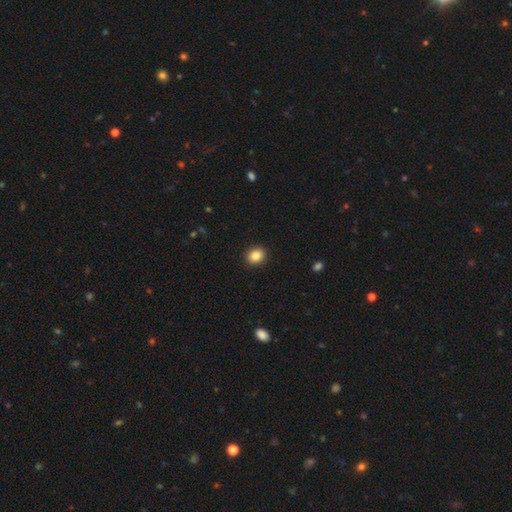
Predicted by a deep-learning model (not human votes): Smooth or featured? Predicted: smooth (p=0.85). How rounded? Predicted: round (p=0.75). Merging? Predicted: none (p=0.92).